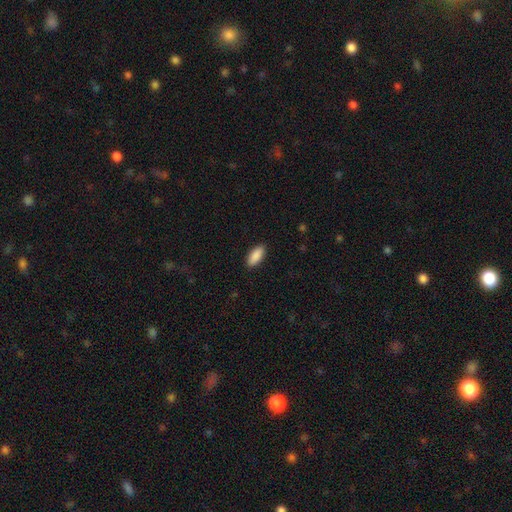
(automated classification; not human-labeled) Smooth or featured? smooth (90%)
How rounded? in between (87%)
Merging? none (89%)